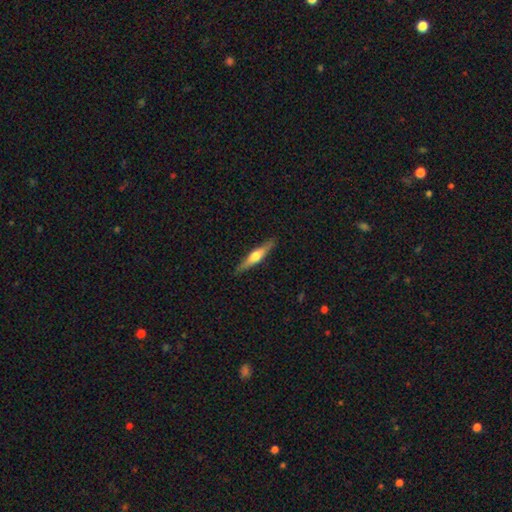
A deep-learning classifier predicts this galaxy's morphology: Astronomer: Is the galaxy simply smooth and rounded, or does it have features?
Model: featured or disk — 56% (runner-up: smooth, 39%).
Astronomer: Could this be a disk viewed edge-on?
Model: yes — 95%.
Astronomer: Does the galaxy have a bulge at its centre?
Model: rounded — 89%.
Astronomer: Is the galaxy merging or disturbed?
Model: none — 89%.